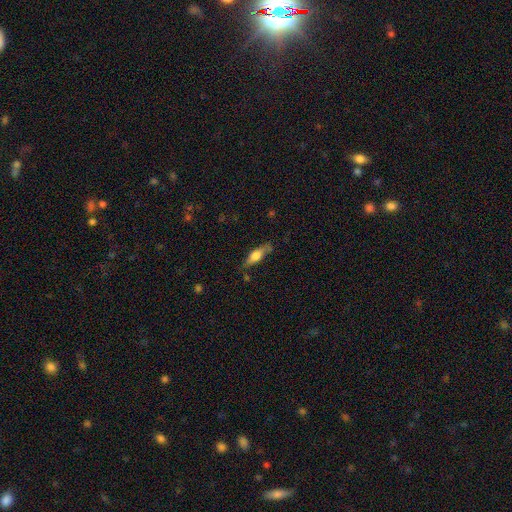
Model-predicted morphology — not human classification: This is possibly a smooth galaxy (57%). How rounded: possibly cigar-shaped (52%). Merging: likely none (70%).